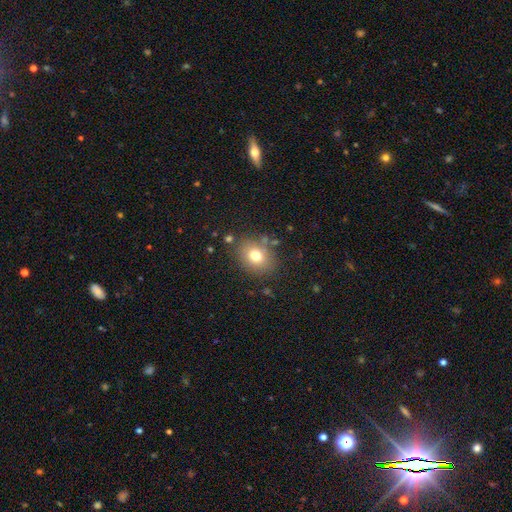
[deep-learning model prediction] The model was most divided on "how rounded": round: 51%, in between: 48%, cigar-shaped: 1%. More confident: merging — none (80%); smooth or featured — smooth (74%).